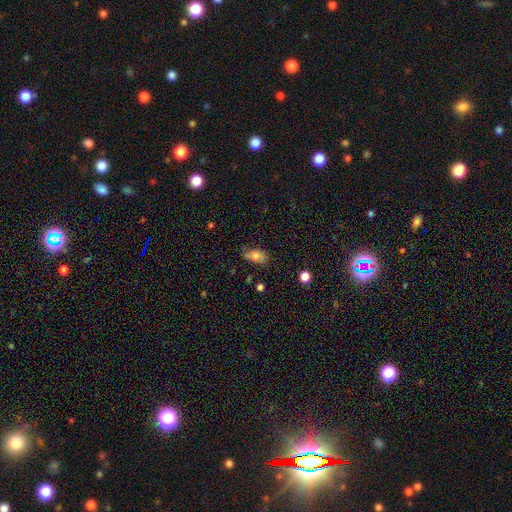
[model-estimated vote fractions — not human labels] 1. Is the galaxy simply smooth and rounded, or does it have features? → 73% smooth, 17% featured or disk, 10% star or artifact.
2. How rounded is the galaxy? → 87% in between, 9% round, 4% cigar-shaped.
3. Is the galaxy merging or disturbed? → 67% none, 24% minor disturbance, 6% major disturbance, 2% merger.